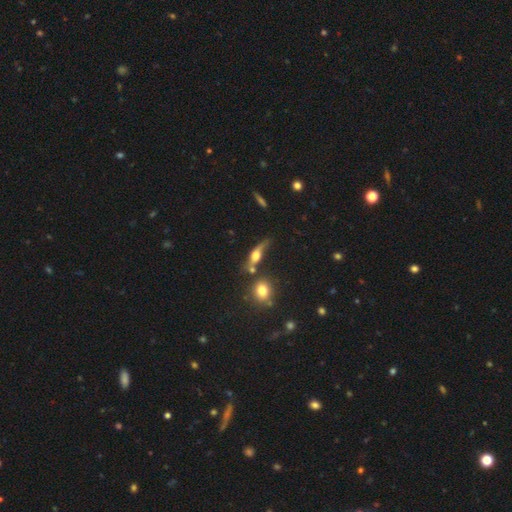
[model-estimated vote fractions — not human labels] Overall: smooth (46%; featured or disk 44%). Merging: none (45%; minor disturbance 22%).